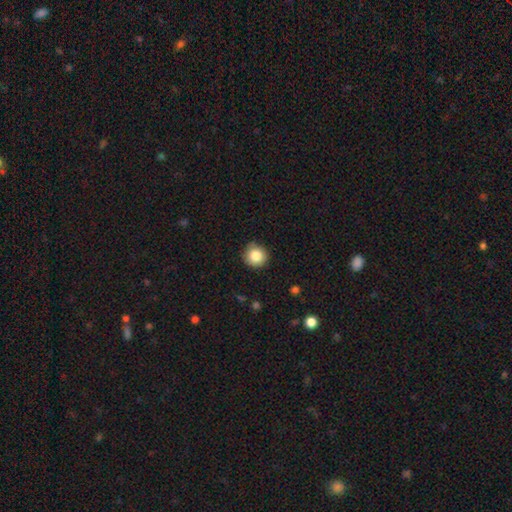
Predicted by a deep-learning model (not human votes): Smooth or featured?
  - smooth: 83% *
  - star or artifact: 10%
  - featured or disk: 7%
How rounded?
  - round: 93% *
  - in between: 6%
  - cigar-shaped: 1%
Merging?
  - none: 85% *
  - minor disturbance: 12%
  - major disturbance: 2%
  - merger: 1%